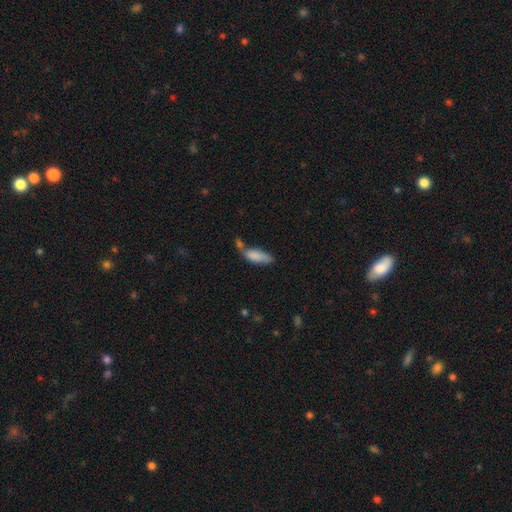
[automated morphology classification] This is clearly a smooth galaxy (80%). How rounded: likely in between (68%). Merging: marginally none (36%).